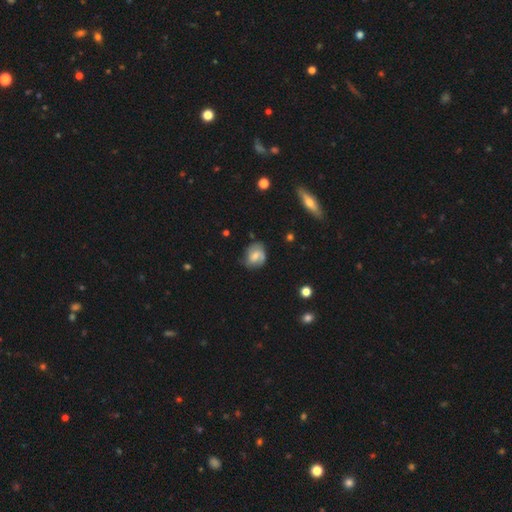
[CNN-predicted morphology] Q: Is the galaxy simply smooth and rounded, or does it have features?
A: smooth — 48%.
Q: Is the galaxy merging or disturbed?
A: none — 59%.